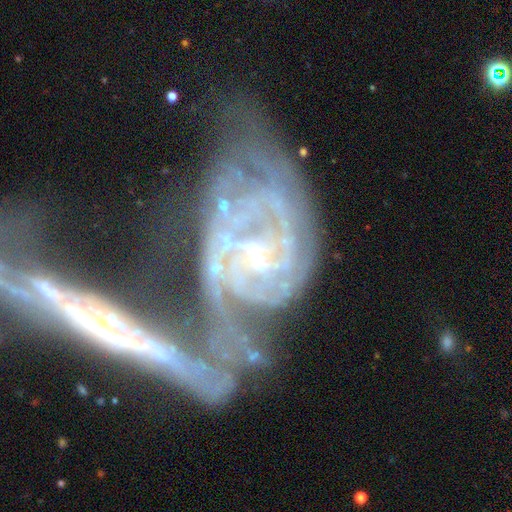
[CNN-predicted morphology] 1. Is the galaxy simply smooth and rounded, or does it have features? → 87% featured or disk, 7% star or artifact, 7% smooth.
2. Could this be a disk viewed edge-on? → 92% no, 8% yes.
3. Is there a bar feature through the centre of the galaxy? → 49% no, 35% weak, 16% strong.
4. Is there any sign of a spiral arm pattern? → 91% yes, 9% no.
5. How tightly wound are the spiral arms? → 63% tight, 27% medium, 10% loose.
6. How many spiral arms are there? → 43% can't tell, 25% 2, 13% 3, 7% 4, 6% more than 4, 6% 1.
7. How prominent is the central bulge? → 54% small, 31% moderate, 10% none, 3% large, 2% dominant.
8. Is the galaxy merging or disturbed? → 60% merger, 15% major disturbance, 14% none, 10% minor disturbance.